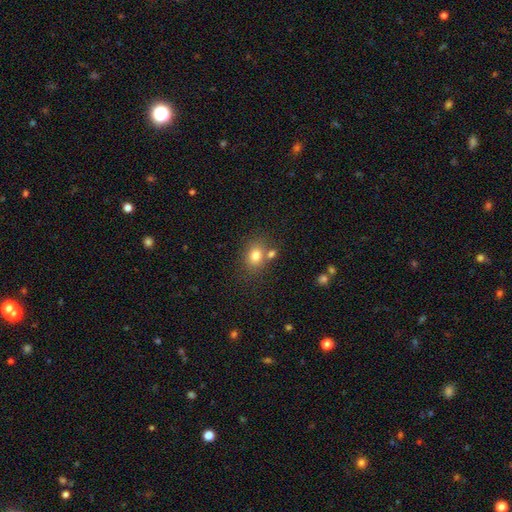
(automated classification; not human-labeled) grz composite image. It shows a smooth galaxy with no disk features (78%) that is in between round and cigar-shaped (53%). Merging: none (64%).